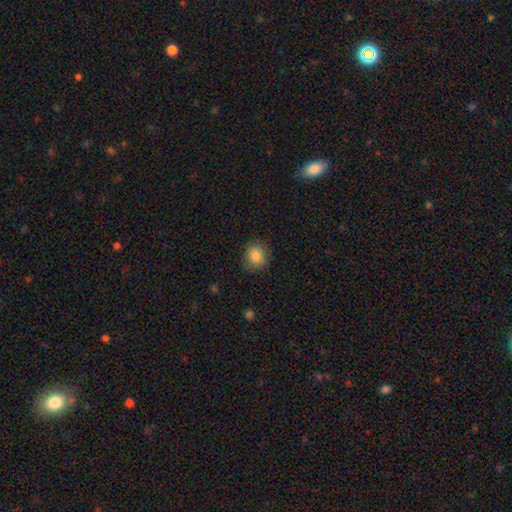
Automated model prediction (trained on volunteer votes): Smooth or featured? Predicted: smooth (p=0.84). How rounded? Predicted: round (p=0.78). Merging? Predicted: none (p=0.84).